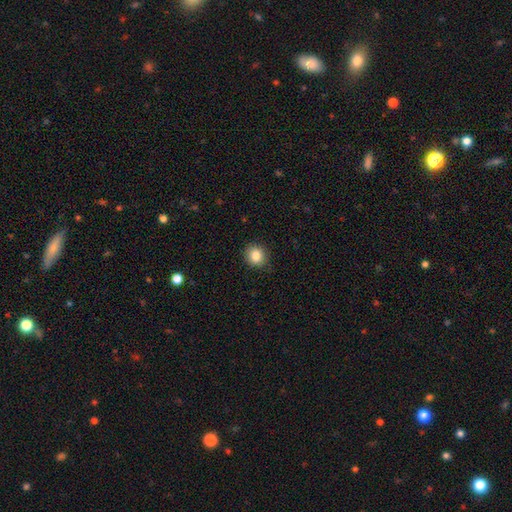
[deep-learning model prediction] Smooth or featured? Predicted: smooth (p=0.85). How rounded? Predicted: round (p=0.84). Merging? Predicted: none (p=0.89).